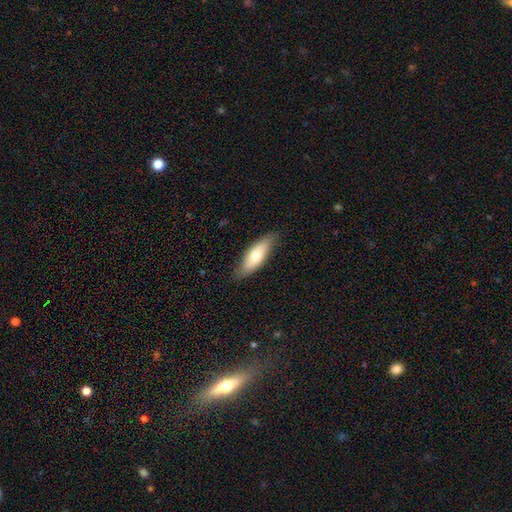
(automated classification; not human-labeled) Q: Smooth or featured?
A: smooth (66%); runner-up: featured or disk (28%)
Q: How rounded?
A: in between (60%); runner-up: cigar-shaped (38%)
Q: Merging?
A: none (81%); runner-up: minor disturbance (15%)